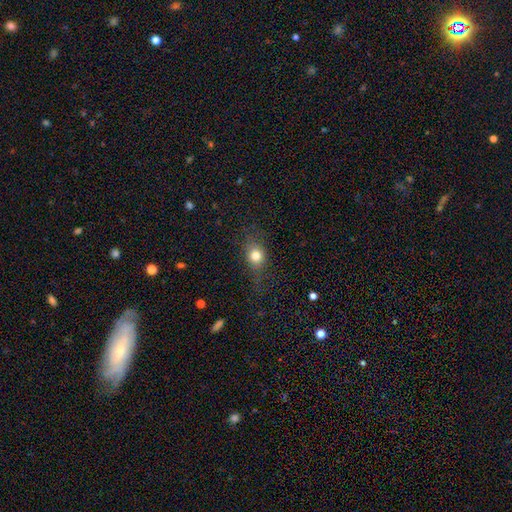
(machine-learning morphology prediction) A smooth galaxy with no disk features (77%) that is round (56%). Merging: none (67%).